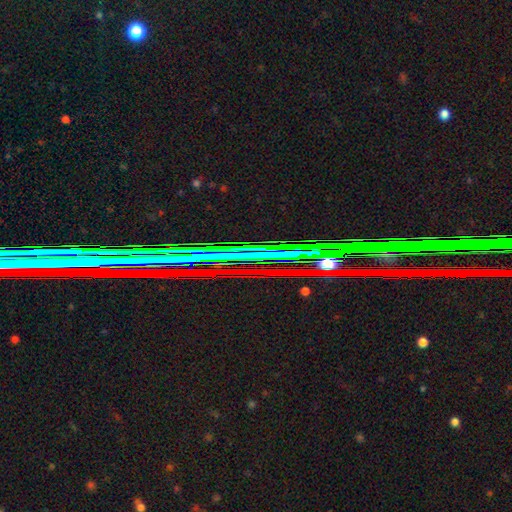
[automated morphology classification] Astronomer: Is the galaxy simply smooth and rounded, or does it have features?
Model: star or artifact — 82%.